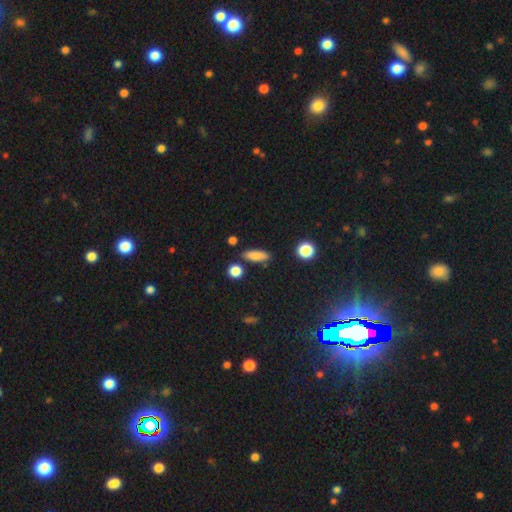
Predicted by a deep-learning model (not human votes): Overall: smooth (82%). How rounded: in between (52%; cigar-shaped 42%). Merging: none (82%).